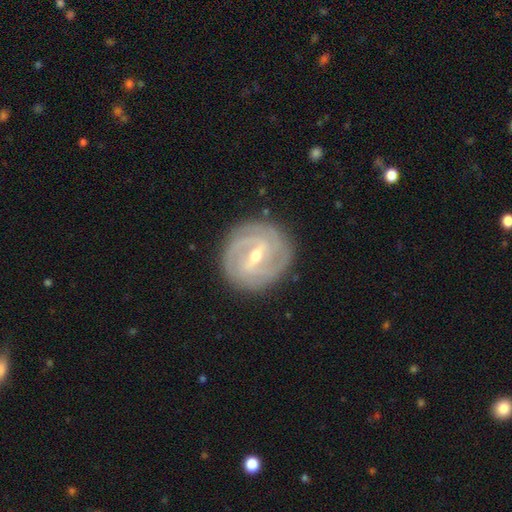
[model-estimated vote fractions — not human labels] featured or disk 86%, smooth 8%, star or artifact 5%. Down the decision tree: edge-on disk — no (96%); bar — strong (48%); spiral arms — yes (95%); spiral arm count — 2 (32%); spiral winding — tight (71%); bulge size — moderate (51%); merging — none (85%).